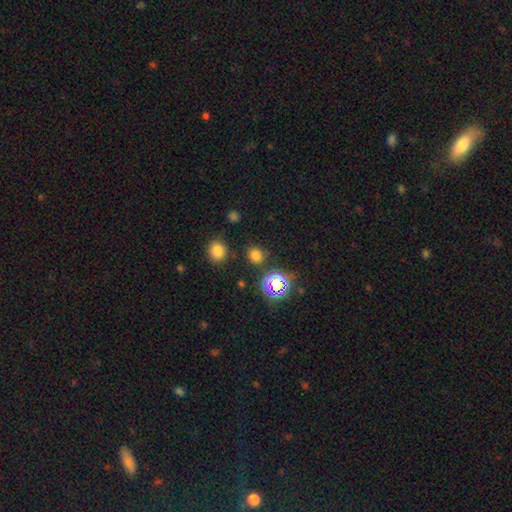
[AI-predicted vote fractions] This is likely a smooth galaxy (67%). How rounded: clearly round (85%). Merging: clearly none (85%).